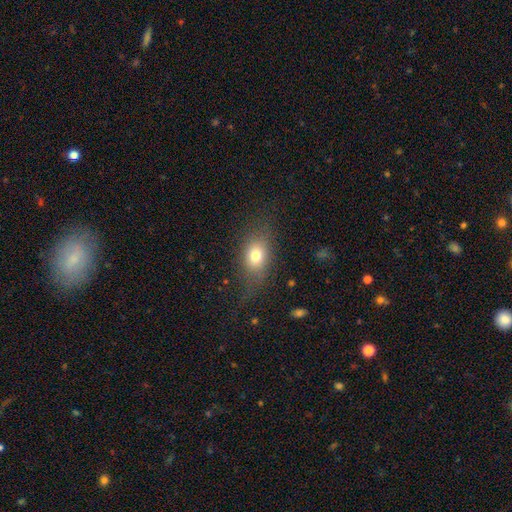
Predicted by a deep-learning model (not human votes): Smooth or featured: smooth — 73% (featured or disk — 15%)
How rounded: in between — 66% (round — 31%)
Merging: none — 66% (minor disturbance — 19%)